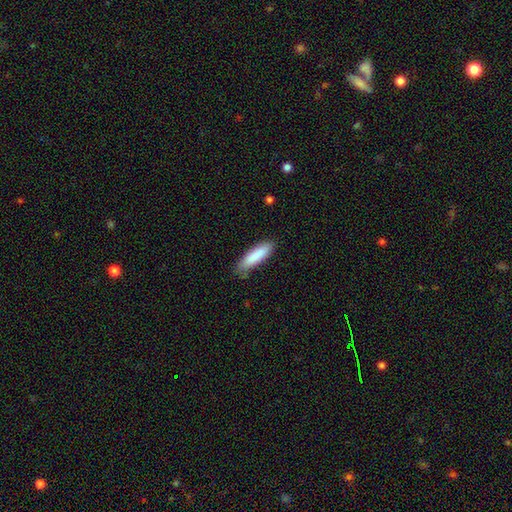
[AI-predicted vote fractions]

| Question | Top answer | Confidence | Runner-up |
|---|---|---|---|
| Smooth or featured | smooth | 87% | featured or disk (8%) |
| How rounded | cigar-shaped | 65% | in between (34%) |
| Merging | none | 77% | minor disturbance (19%) |